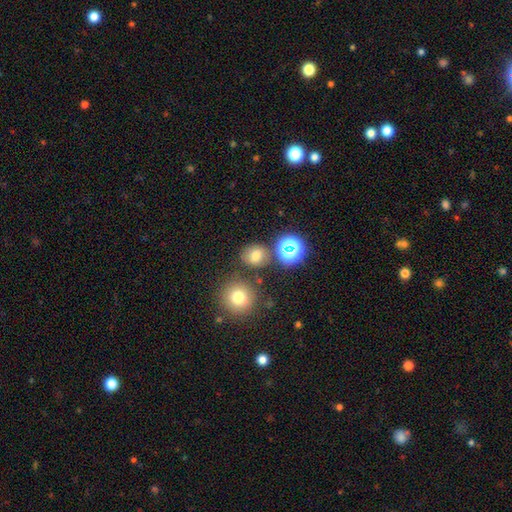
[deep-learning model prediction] Smooth or featured? smooth (69%)
How rounded? round (73%)
Merging? none (76%)